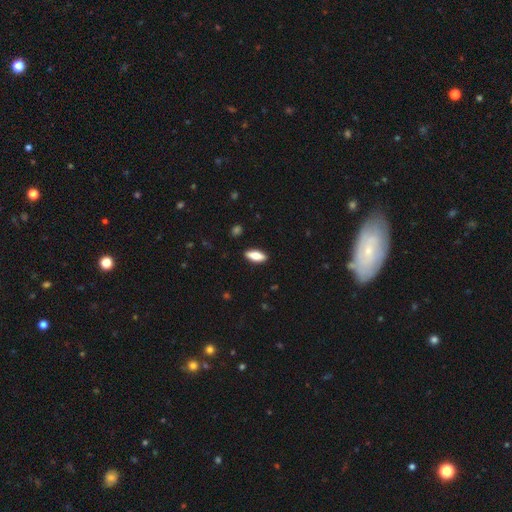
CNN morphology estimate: This appears to be a smooth galaxy with no disk features (73%) that is in between round and cigar-shaped (70%). Merging: none (89%).